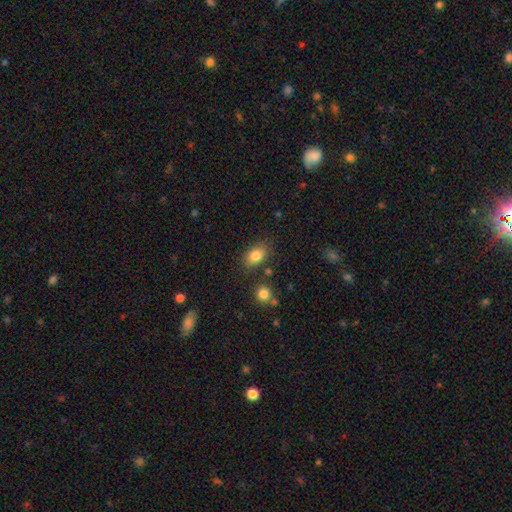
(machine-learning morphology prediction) smooth-or-featured: smooth: 83% | star or artifact: 9% | featured or disk: 8%
  how-rounded: in between: 82% | round: 16% | cigar-shaped: 2%
  merging: none: 78% | minor disturbance: 13% | merger: 5% | major disturbance: 4%